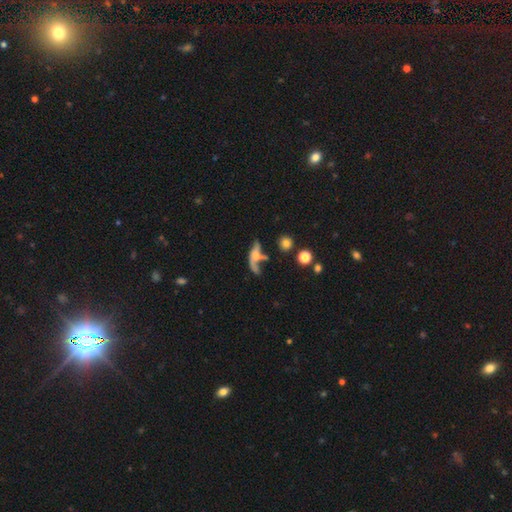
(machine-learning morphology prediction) featured or disk 57%, smooth 33%, star or artifact 11%. Down the decision tree: edge-on disk — no (65%); merging — none (33%).